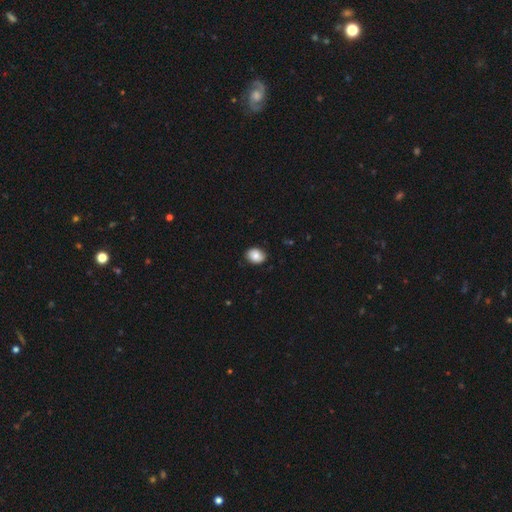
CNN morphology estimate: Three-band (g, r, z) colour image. It shows a smooth galaxy with no disk features (83%) that is in between round and cigar-shaped (60%). Merging: none (85%).